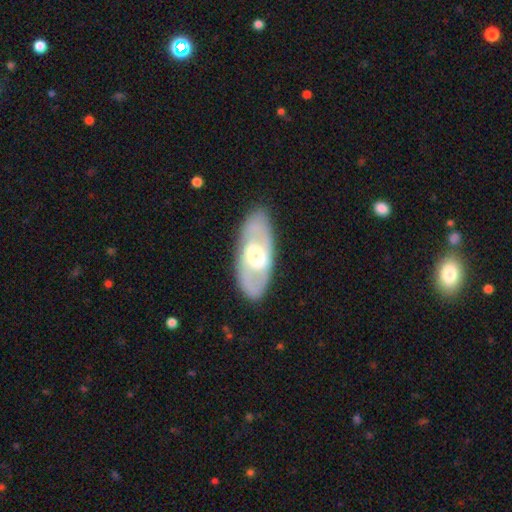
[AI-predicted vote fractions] Smooth or featured? Predicted: featured or disk (p=0.63). Edge-on disk? Predicted: no (p=0.88). Bar? Predicted: weak (p=0.44). Spiral arms? Predicted: yes (p=0.53). Bulge size? Predicted: moderate (p=0.61). Merging? Predicted: none (p=0.84).